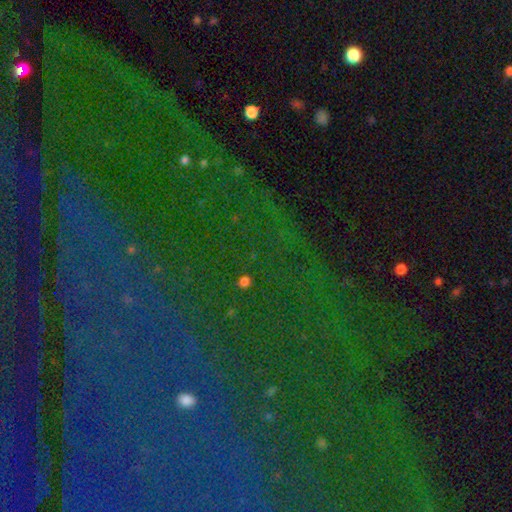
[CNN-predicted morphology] star or artifact 82%, featured or disk 9%, smooth 9%.